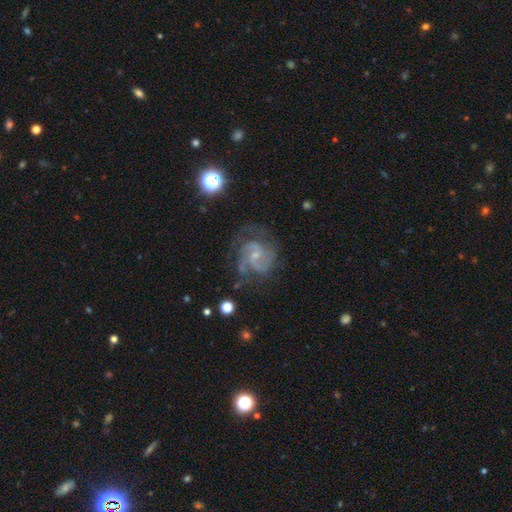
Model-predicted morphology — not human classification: Smooth or featured?
  - featured or disk: 86% *
  - smooth: 8%
  - star or artifact: 7%
Edge-on disk?
  - no: 98% *
  - yes: 2%
Bar?
  - no: 47% *
  - weak: 45%
  - strong: 8%
Spiral arms?
  - yes: 96% *
  - no: 4%
Spiral winding?
  - medium: 50% *
  - tight: 38%
  - loose: 11%
Spiral arm count?
  - 2: 55% *
  - 3: 18%
  - can't tell: 15%
  - 4: 4%
  - 1: 4%
  - more than 4: 3%
Bulge size?
  - small: 68% *
  - moderate: 23%
  - none: 7%
  - large: 1%
  - dominant: 1%
Merging?
  - none: 63% *
  - minor disturbance: 20%
  - major disturbance: 14%
  - merger: 2%